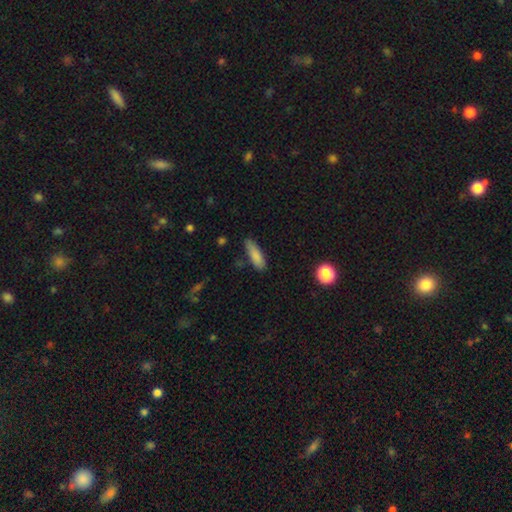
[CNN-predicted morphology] This appears to be a smooth galaxy with no disk features (84%) that is cigar-shaped (54%). Merging: none (69%).